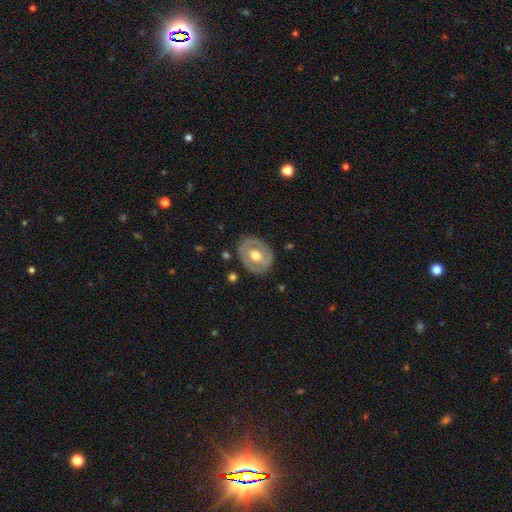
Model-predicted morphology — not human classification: Smooth or featured?
  - featured or disk: 63% *
  - smooth: 32%
  - star or artifact: 5%
Edge-on disk?
  - no: 95% *
  - yes: 5%
Bar?
  - no: 58% *
  - weak: 30%
  - strong: 12%
Spiral arms?
  - no: 62% *
  - yes: 38%
Bulge size?
  - moderate: 78% *
  - large: 10%
  - small: 10%
  - dominant: 1%
  - none: 1%
Merging?
  - none: 79% *
  - minor disturbance: 15%
  - major disturbance: 5%
  - merger: 2%